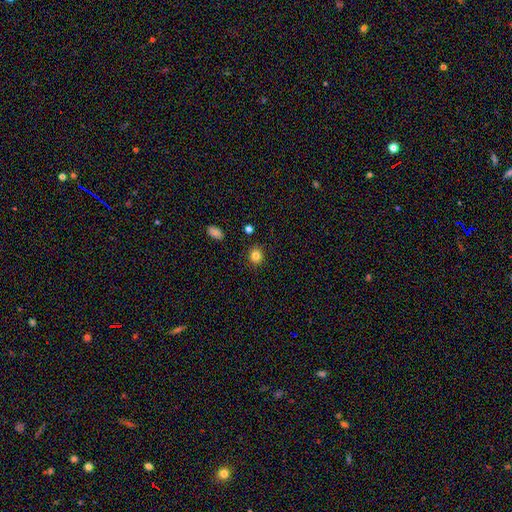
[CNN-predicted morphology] Smooth or featured: smooth — 83% (star or artifact — 11%)
How rounded: round — 79% (in between — 20%)
Merging: none — 88% (minor disturbance — 8%)